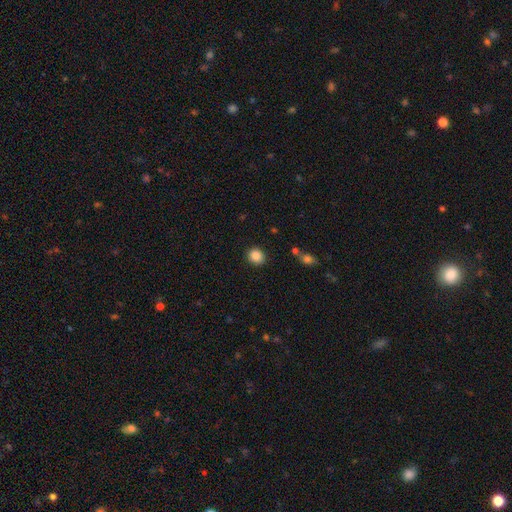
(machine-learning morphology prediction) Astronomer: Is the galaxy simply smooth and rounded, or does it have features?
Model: smooth — 87%.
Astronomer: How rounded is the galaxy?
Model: round — 79%.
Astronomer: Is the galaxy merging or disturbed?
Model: none — 89%.